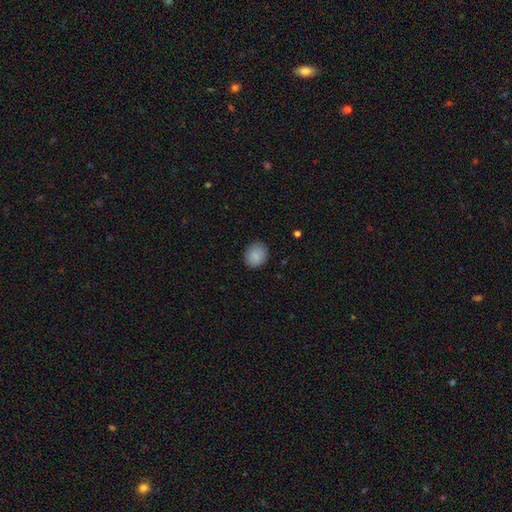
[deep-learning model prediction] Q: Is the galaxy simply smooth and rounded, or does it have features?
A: smooth — 87%.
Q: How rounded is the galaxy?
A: round — 63%.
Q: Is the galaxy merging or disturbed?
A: none — 86%.